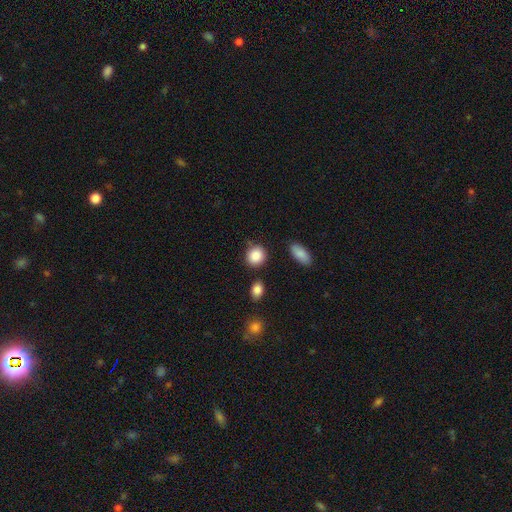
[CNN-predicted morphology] smooth-or-featured: smooth: 88% | star or artifact: 8% | featured or disk: 4%
  how-rounded: round: 79% | in between: 20% | cigar-shaped: 1%
  merging: none: 79% | minor disturbance: 12% | merger: 5% | major disturbance: 4%